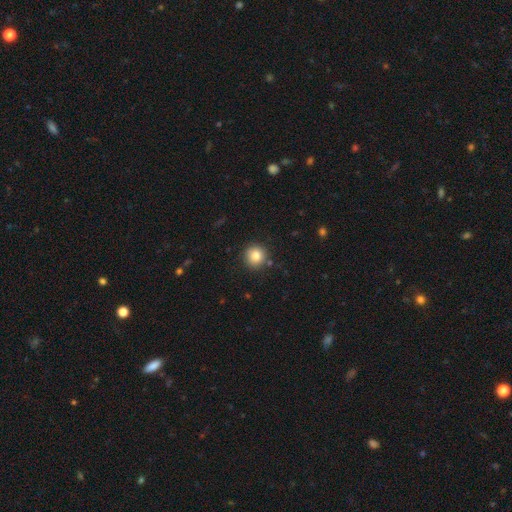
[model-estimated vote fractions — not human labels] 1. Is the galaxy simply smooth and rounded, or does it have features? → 83% smooth, 10% star or artifact, 6% featured or disk.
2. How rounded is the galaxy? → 93% round, 6% in between, 1% cigar-shaped.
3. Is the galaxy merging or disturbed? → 87% none, 8% minor disturbance, 2% major disturbance, 2% merger.